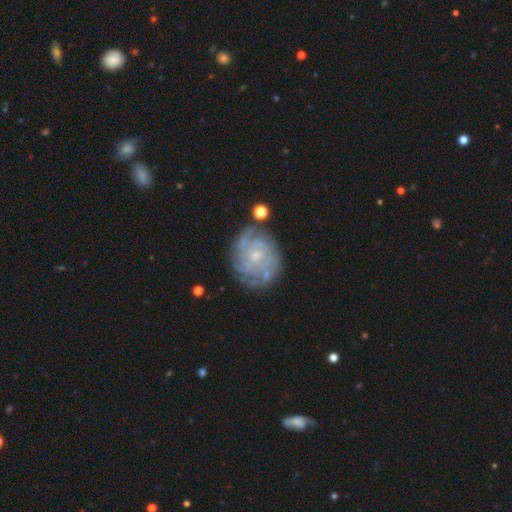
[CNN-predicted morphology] Smooth or featured? featured or disk (81%)
Edge-on disk? no (98%)
Bar? no (59%)
Spiral arms? yes (91%)
Spiral winding? tight (67%)
Spiral arm count? can't tell (44%)
Bulge size? small (71%)
Merging? none (71%)